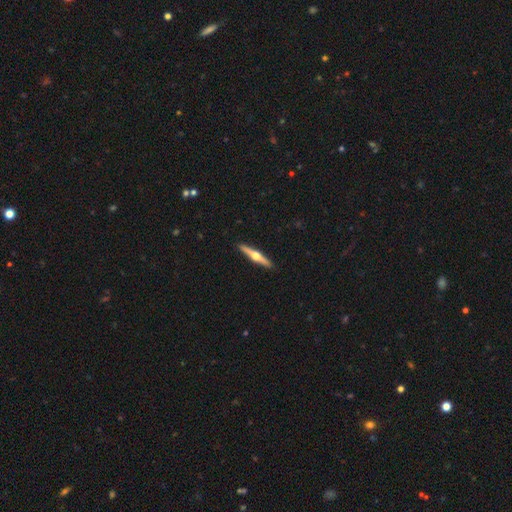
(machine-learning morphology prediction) This is likely a featured or disk galaxy (71%). It is clearly viewed edge-on (98%). Edge-on bulge: clearly rounded (96%). Merging: clearly none (92%).